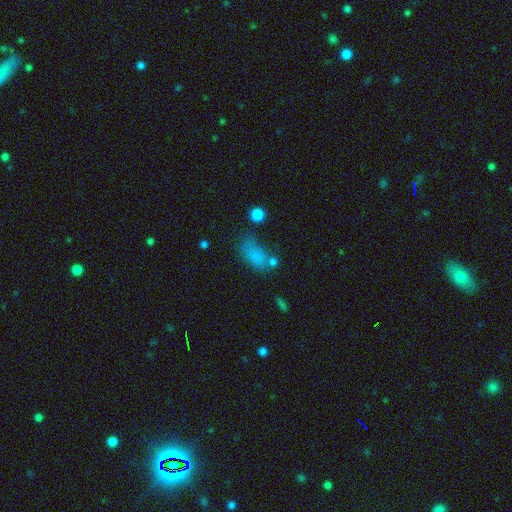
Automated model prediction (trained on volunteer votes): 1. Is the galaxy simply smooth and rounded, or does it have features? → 76% smooth, 14% star or artifact, 10% featured or disk.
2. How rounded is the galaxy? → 86% in between, 9% round, 5% cigar-shaped.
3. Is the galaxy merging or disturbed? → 46% none, 25% minor disturbance, 16% major disturbance, 13% merger.